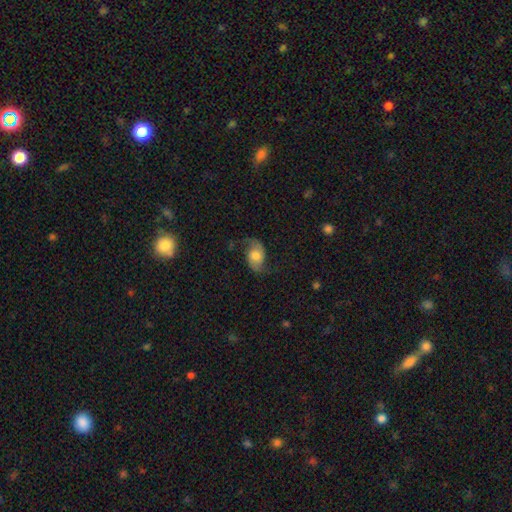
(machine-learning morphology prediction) Smooth or featured? Predicted: featured or disk (p=0.61). Edge-on disk? Predicted: no (p=0.96). Bar? Predicted: no (p=0.63). Spiral arms? Predicted: yes (p=0.90). Spiral winding? Predicted: loose (p=0.66). Spiral arm count? Predicted: 2 (p=0.91). Bulge size? Predicted: moderate (p=0.58). Merging? Predicted: none (p=0.66).